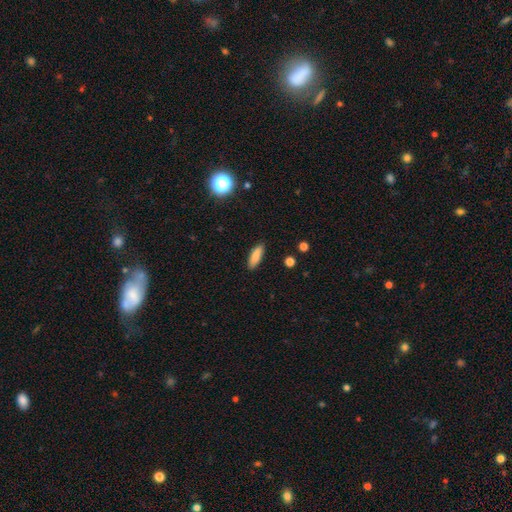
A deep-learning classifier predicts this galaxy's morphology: Smooth or featured: smooth — 85% (star or artifact — 8%)
How rounded: in between — 52% (cigar-shaped — 46%)
Merging: none — 88% (minor disturbance — 9%)